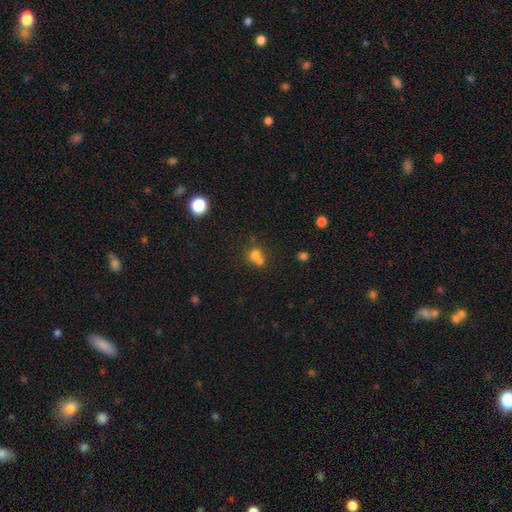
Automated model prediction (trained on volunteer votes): Morphology: type=smooth (70%); roundness=round (79%); merging=merger (53%).